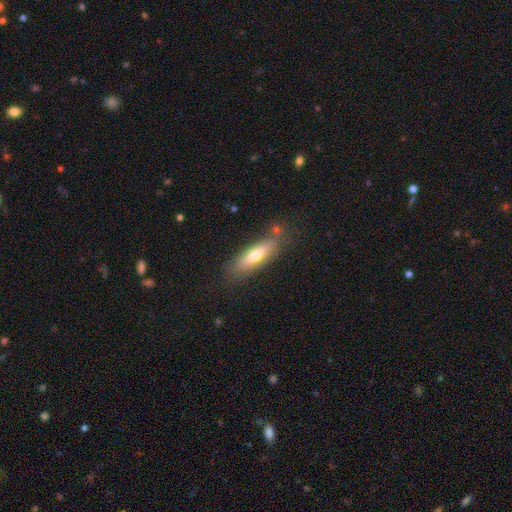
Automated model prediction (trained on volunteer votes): Smooth or featured? smooth (64%)
How rounded? cigar-shaped (57%)
Merging? none (76%)